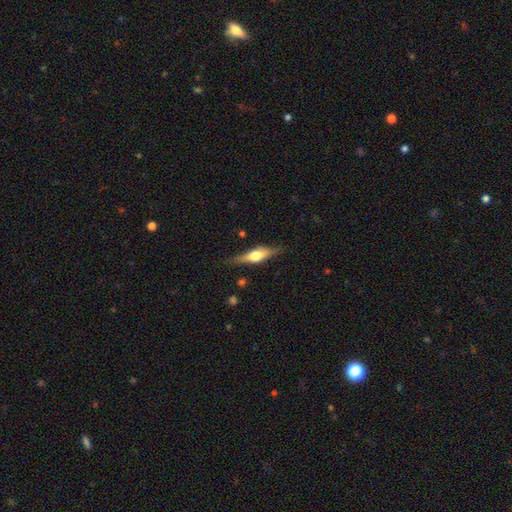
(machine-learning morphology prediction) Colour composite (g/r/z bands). It shows a featured or disk galaxy (63%) viewed edge-on (94%) with a rounded central bulge (92%). Merging: none (81%).